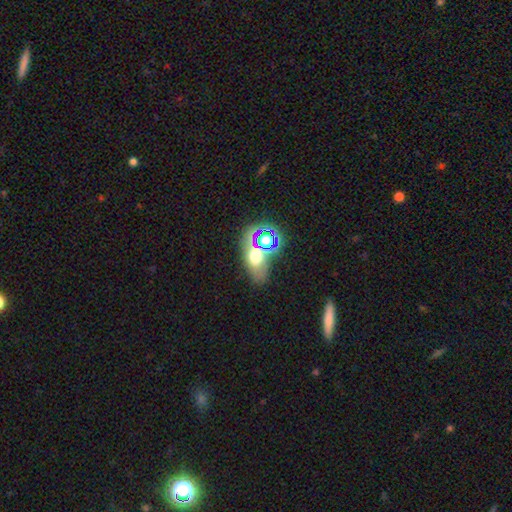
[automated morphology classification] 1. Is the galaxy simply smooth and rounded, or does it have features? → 50% smooth, 27% star or artifact, 24% featured or disk.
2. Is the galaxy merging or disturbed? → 62% none, 18% merger, 14% minor disturbance, 7% major disturbance.